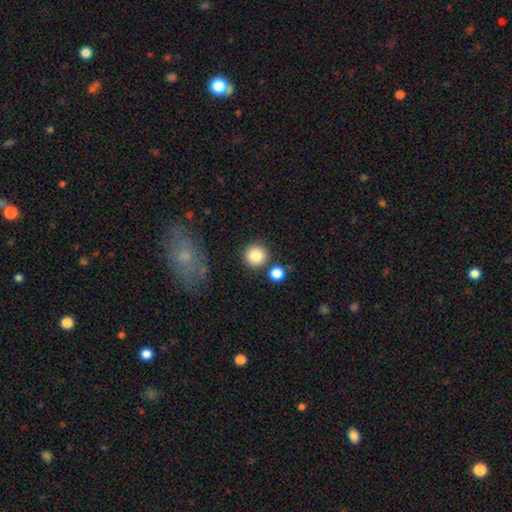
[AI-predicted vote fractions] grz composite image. It shows a smooth galaxy with no disk features (84%) that is round (94%). Merging: none (81%).